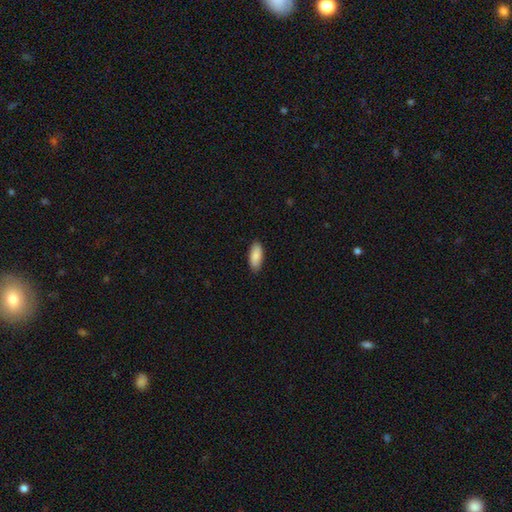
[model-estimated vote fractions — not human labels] Smooth or featured? smooth (89%)
How rounded? in between (84%)
Merging? none (87%)